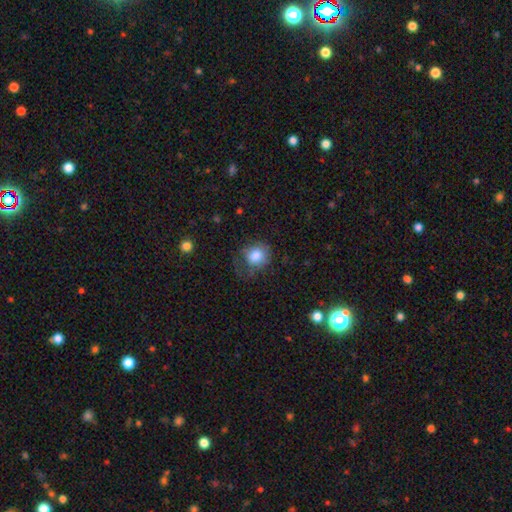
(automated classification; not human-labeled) The model was most divided on "merging": none: 47%, minor disturbance: 27%, major disturbance: 24%, merger: 2%. More confident: smooth or featured — smooth (81%); how rounded — round (71%).